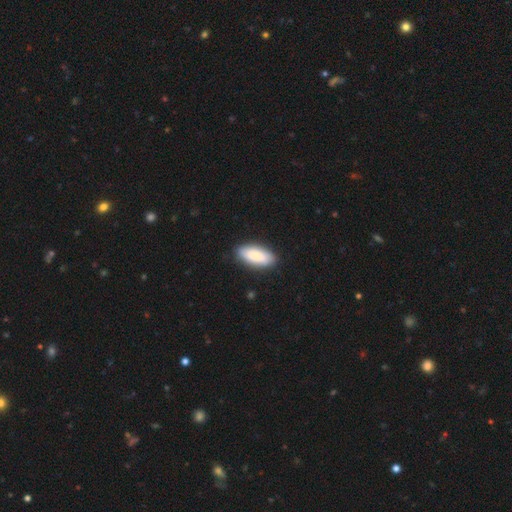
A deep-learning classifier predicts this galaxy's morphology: The model was most divided on "how rounded": in between: 82%, cigar-shaped: 17%, round: 2%. More confident: merging — none (86%); smooth or featured — smooth (86%).